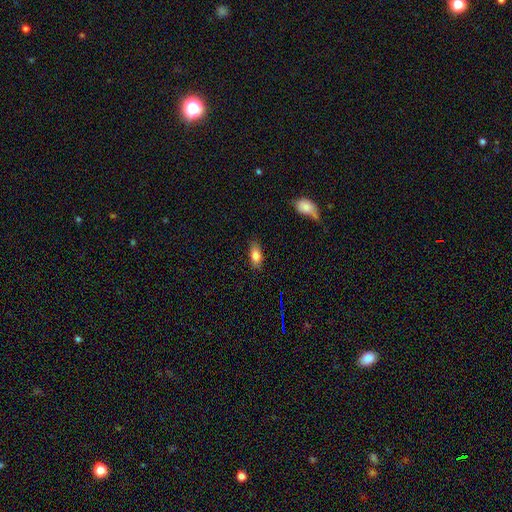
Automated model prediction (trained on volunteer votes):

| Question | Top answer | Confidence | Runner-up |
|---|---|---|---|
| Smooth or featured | smooth | 82% | featured or disk (10%) |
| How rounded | in between | 86% | cigar-shaped (10%) |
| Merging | none | 82% | minor disturbance (14%) |